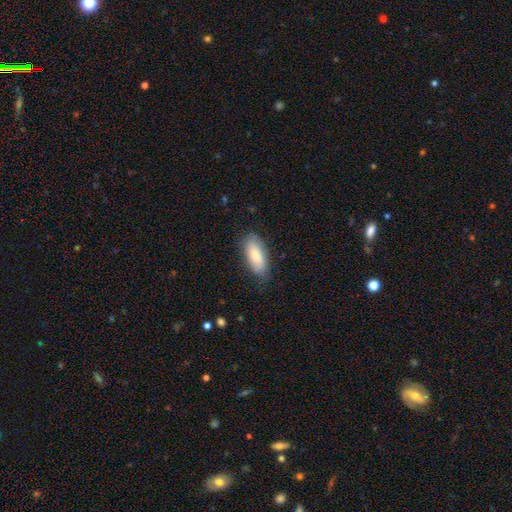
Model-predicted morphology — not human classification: This is clearly a smooth galaxy (84%). How rounded: clearly in between (81%). Merging: likely none (79%).